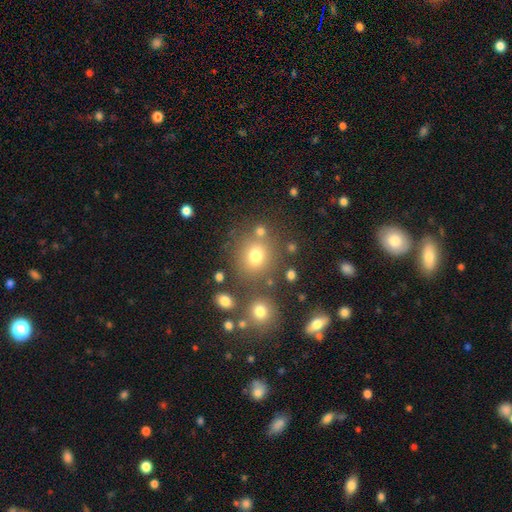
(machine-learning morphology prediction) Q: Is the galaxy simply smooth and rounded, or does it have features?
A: smooth — 72%.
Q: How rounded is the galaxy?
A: round — 78%.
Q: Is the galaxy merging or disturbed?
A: none — 72%.